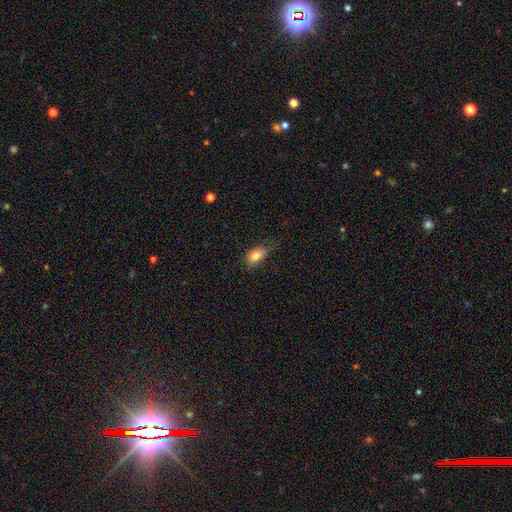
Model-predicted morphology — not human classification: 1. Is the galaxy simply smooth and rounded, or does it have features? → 81% smooth, 11% featured or disk, 8% star or artifact.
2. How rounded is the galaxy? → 88% in between, 7% round, 5% cigar-shaped.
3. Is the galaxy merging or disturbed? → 63% none, 28% minor disturbance, 8% major disturbance, 1% merger.